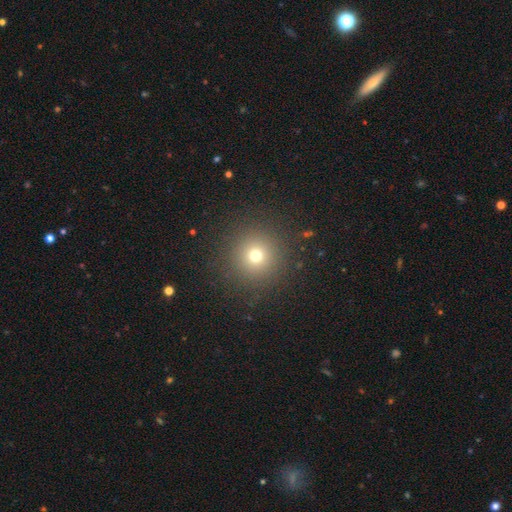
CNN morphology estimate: smooth-or-featured: smooth: 71% | star or artifact: 20% | featured or disk: 10%
  how-rounded: round: 95% | in between: 4% | cigar-shaped: 1%
  merging: none: 89% | minor disturbance: 6% | major disturbance: 4% | merger: 1%